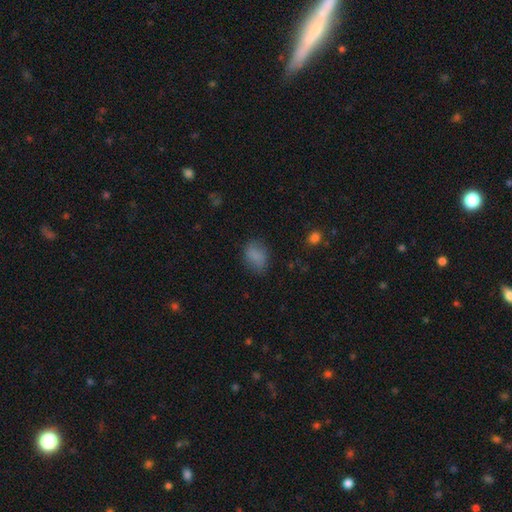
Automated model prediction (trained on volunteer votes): This appears to be a smooth galaxy with no disk features (82%) that is in between round and cigar-shaped (71%). Merging: none (75%).